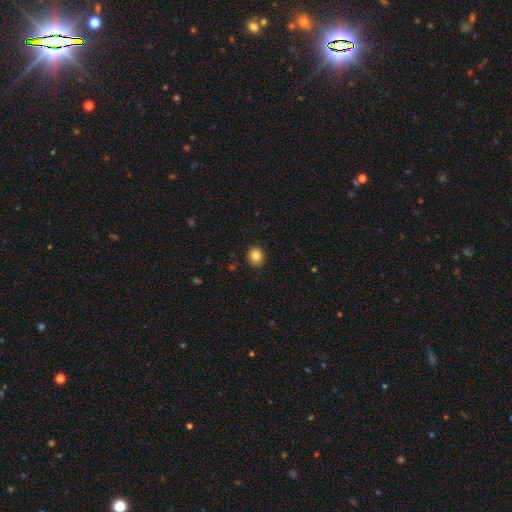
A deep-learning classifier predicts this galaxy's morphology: smooth_or_featured: smooth (p=0.85) [alt: star or artifact p=0.10]
how_rounded: round (p=0.74) [alt: in between p=0.25]
merging: none (p=0.89) [alt: minor disturbance p=0.08]